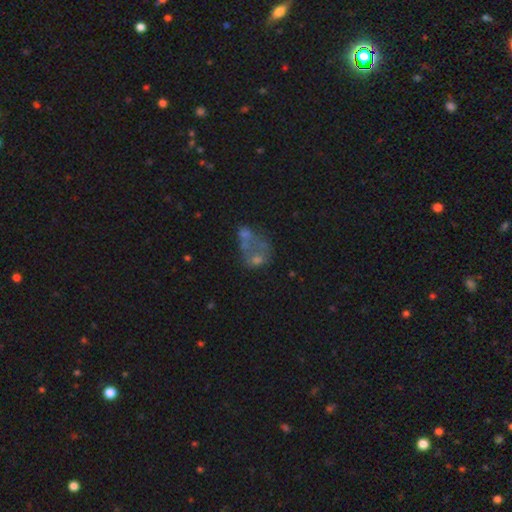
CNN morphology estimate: Smooth or featured? Predicted: smooth (p=0.43). Merging? Predicted: merger (p=0.45).